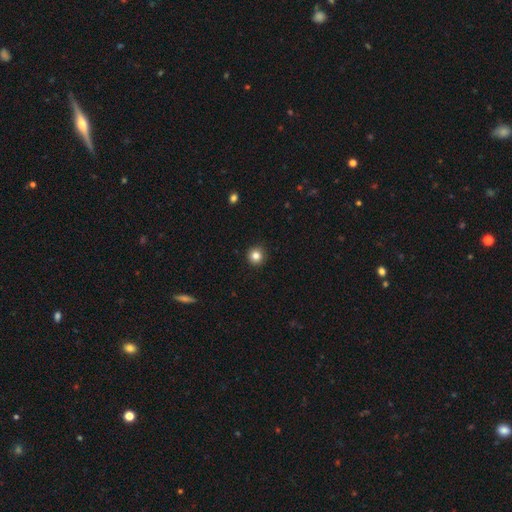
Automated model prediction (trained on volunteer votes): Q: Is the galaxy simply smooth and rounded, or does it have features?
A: smooth — 83%.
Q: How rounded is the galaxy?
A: round — 95%.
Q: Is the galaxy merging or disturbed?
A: none — 93%.